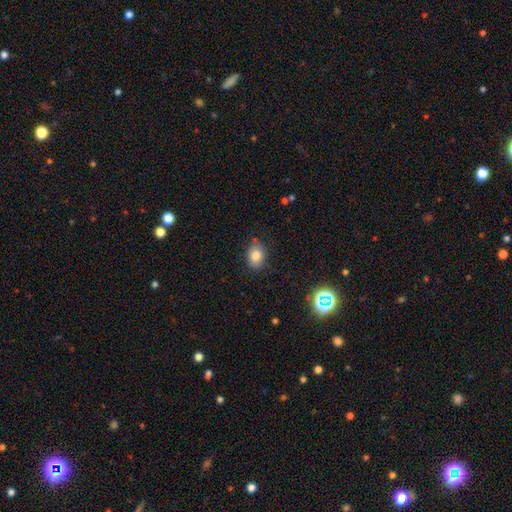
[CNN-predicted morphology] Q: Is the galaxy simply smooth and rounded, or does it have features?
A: smooth — 80%.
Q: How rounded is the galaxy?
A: in between — 71%.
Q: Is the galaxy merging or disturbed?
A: none — 78%.